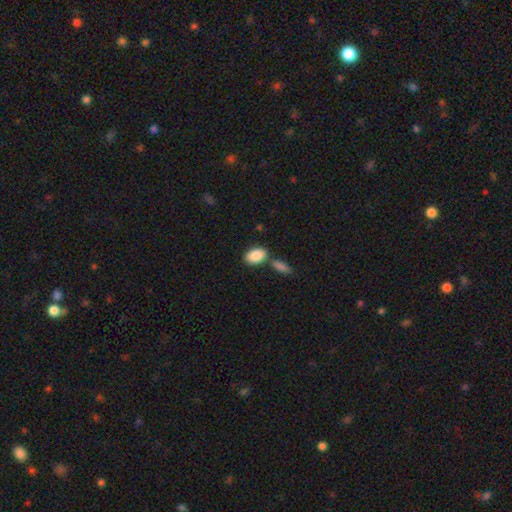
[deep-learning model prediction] Smooth or featured? smooth (88%)
How rounded? in between (92%)
Merging? none (65%)